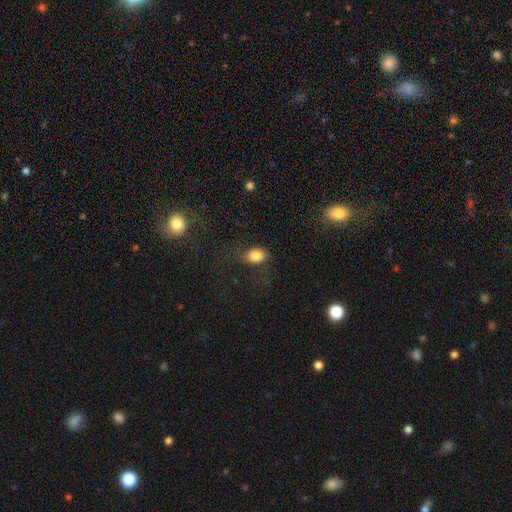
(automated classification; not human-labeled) smooth-or-featured: smooth: 83% | star or artifact: 10% | featured or disk: 7%
  how-rounded: in between: 79% | round: 19% | cigar-shaped: 2%
  merging: none: 66% | minor disturbance: 20% | major disturbance: 13% | merger: 2%